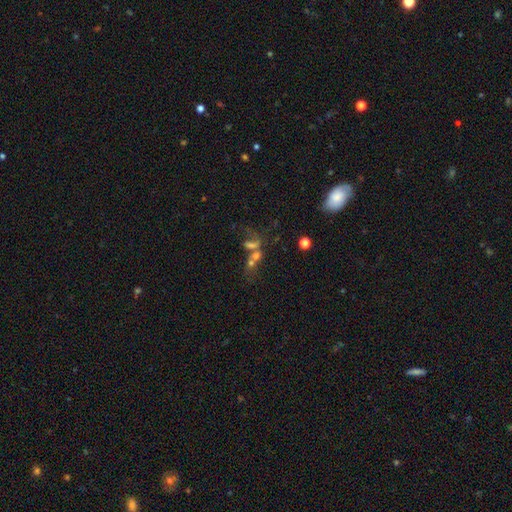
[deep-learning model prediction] A smooth galaxy with no disk features (40%). Merging: merger (54%).